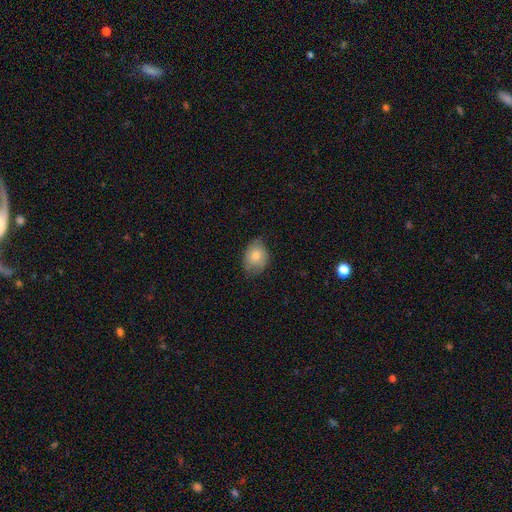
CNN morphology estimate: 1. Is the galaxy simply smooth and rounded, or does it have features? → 72% smooth, 19% featured or disk, 8% star or artifact.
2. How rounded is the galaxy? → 56% in between, 43% round, 1% cigar-shaped.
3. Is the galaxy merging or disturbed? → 66% none, 27% minor disturbance, 6% major disturbance, 1% merger.